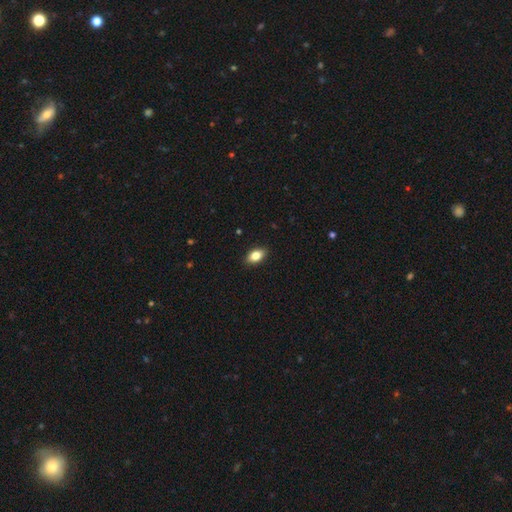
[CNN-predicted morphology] This is clearly a smooth galaxy (83%). How rounded: clearly in between (89%). Merging: clearly none (90%).